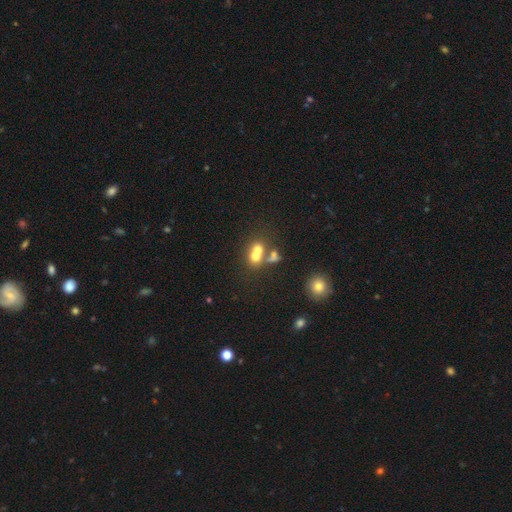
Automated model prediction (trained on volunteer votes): smooth 63%, featured or disk 21%, star or artifact 15%. Down the decision tree: how rounded — round (63%); merging — merger (60%).